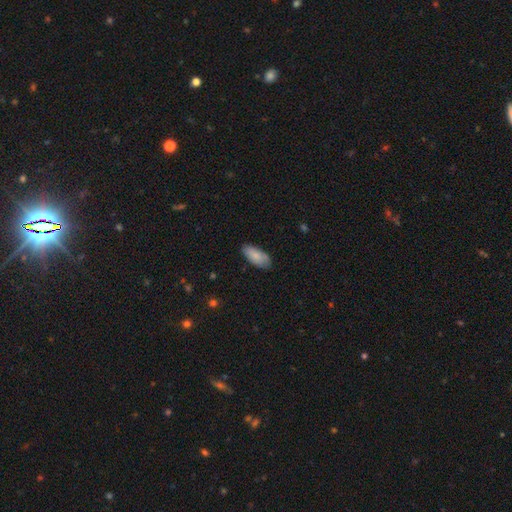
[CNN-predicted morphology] type=smooth (84%); roundness=in between (88%); merging=none (80%).